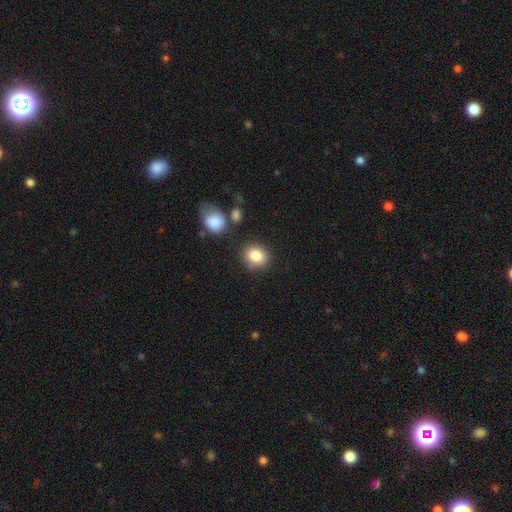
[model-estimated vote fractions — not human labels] This is clearly a smooth galaxy (85%). How rounded: likely round (68%). Merging: likely none (79%).